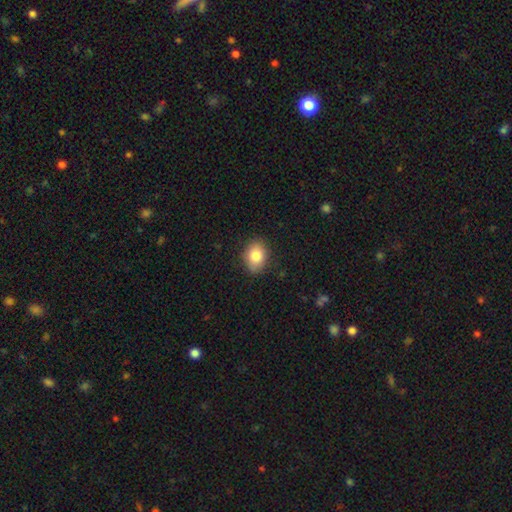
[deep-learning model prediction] smooth_or_featured: smooth (p=0.84) [alt: star or artifact p=0.08]
how_rounded: in between (p=0.62) [alt: round p=0.37]
merging: none (p=0.84) [alt: minor disturbance p=0.13]